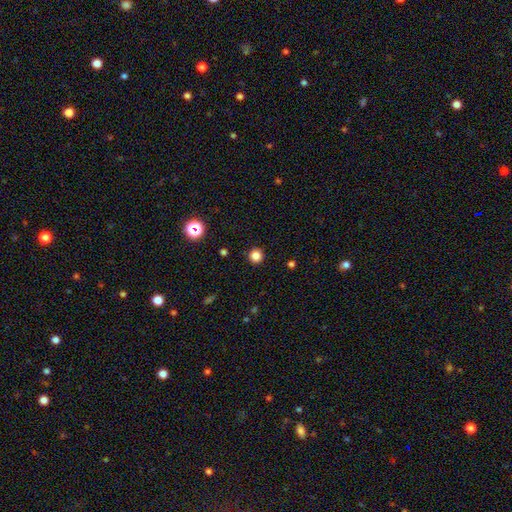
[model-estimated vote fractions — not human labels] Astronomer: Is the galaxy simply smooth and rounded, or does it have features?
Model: smooth — 82%.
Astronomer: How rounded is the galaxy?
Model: round — 95%.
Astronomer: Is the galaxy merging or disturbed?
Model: none — 92%.